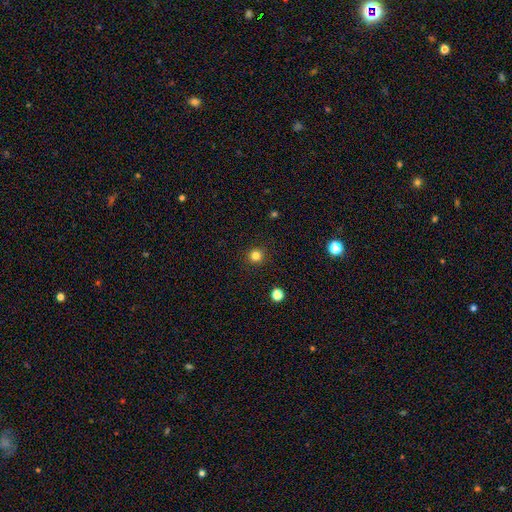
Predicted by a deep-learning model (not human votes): smooth_or_featured: smooth (p=0.82) [alt: star or artifact p=0.13]
how_rounded: round (p=0.94) [alt: in between p=0.05]
merging: none (p=0.92) [alt: minor disturbance p=0.05]